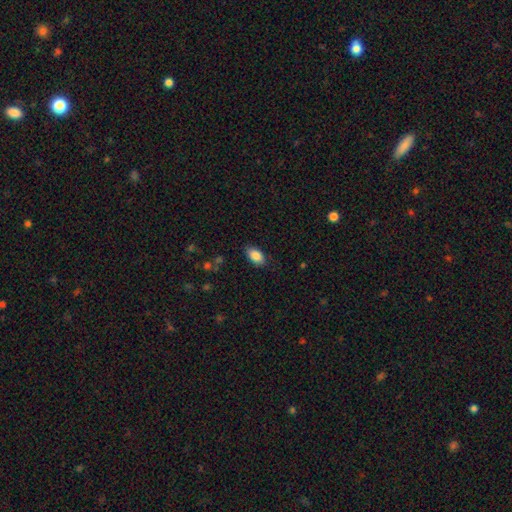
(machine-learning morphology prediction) smooth_or_featured: smooth (p=0.86) [alt: star or artifact p=0.08]
how_rounded: in between (p=0.92) [alt: round p=0.05]
merging: none (p=0.83) [alt: minor disturbance p=0.13]